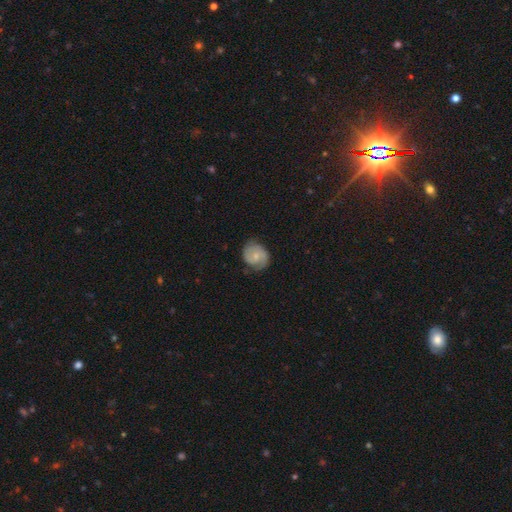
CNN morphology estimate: smooth_or_featured: featured or disk (p=0.59) [alt: smooth p=0.35]
disk_edge_on: no (p=0.97) [alt: yes p=0.03]
bar: no (p=0.69) [alt: weak p=0.27]
has_spiral_arms: yes (p=0.89) [alt: no p=0.11]
spiral_winding: tight (p=0.47) [alt: medium p=0.39]
spiral_arm_count: 2 (p=0.75) [alt: can't tell p=0.14]
bulge_size: small (p=0.58) [alt: moderate p=0.36]
merging: none (p=0.71) [alt: minor disturbance p=0.22]